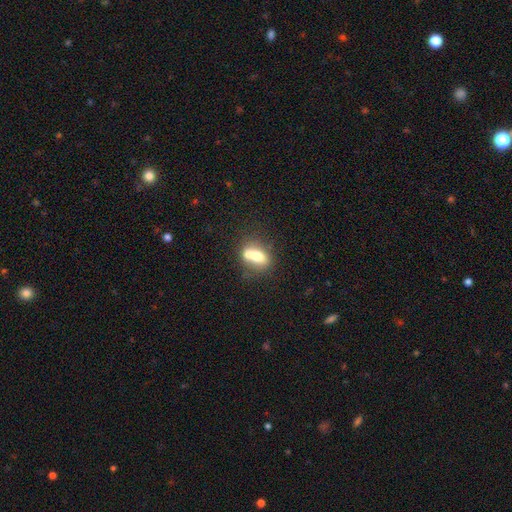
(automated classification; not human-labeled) The model was most divided on "merging": merger: 54%, none: 31%, minor disturbance: 10%, major disturbance: 5%. More confident: how rounded — in between (70%); smooth or featured — smooth (66%).